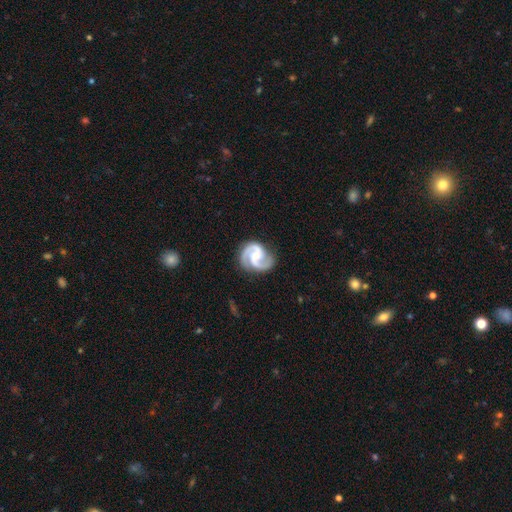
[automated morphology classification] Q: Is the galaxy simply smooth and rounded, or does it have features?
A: featured or disk — 93%.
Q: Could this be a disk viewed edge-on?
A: no — 98%.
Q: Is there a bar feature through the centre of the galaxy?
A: no — 49%.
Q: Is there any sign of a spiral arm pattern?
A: yes — 99%.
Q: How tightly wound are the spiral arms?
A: medium — 58%.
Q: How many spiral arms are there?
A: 2 — 90%.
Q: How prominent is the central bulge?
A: moderate — 47%.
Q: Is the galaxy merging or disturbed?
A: none — 79%.